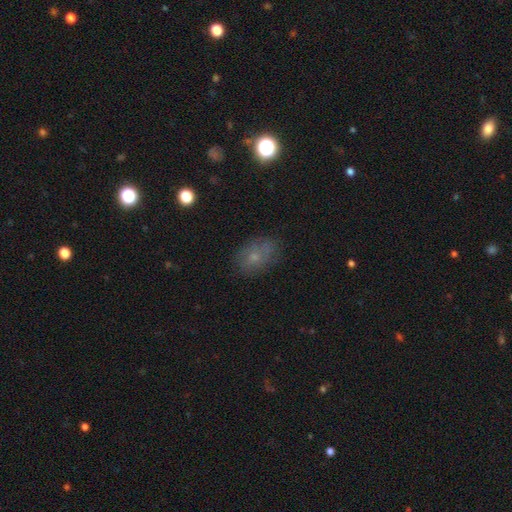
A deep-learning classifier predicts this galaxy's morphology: Q: Smooth or featured?
A: smooth (61%); runner-up: featured or disk (24%)
Q: How rounded?
A: in between (77%); runner-up: round (22%)
Q: Merging?
A: none (73%); runner-up: minor disturbance (19%)